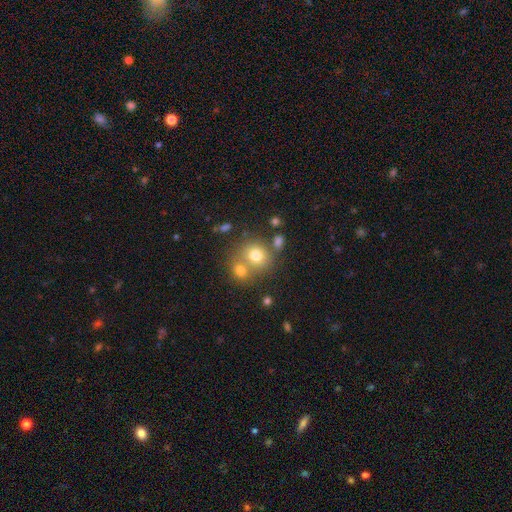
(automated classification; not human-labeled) The model was most divided on "merging": none: 48%, merger: 39%, minor disturbance: 9%, major disturbance: 4%. More confident: how rounded — round (80%); smooth or featured — smooth (74%).